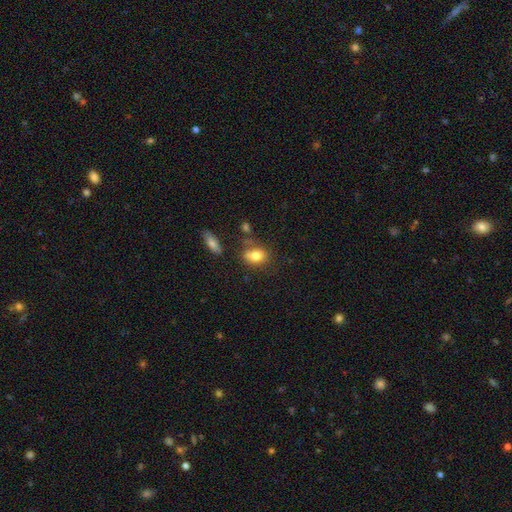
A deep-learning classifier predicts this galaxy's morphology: A smooth galaxy with no disk features (80%) that is in between round and cigar-shaped (68%). Merging: none (56%).